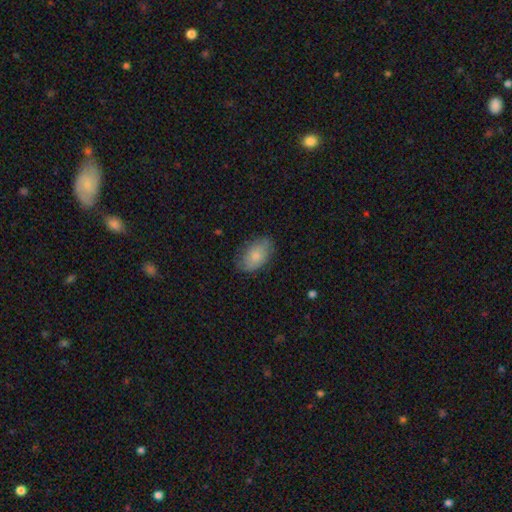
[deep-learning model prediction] Smooth or featured? smooth (77%)
How rounded? in between (92%)
Merging? none (77%)